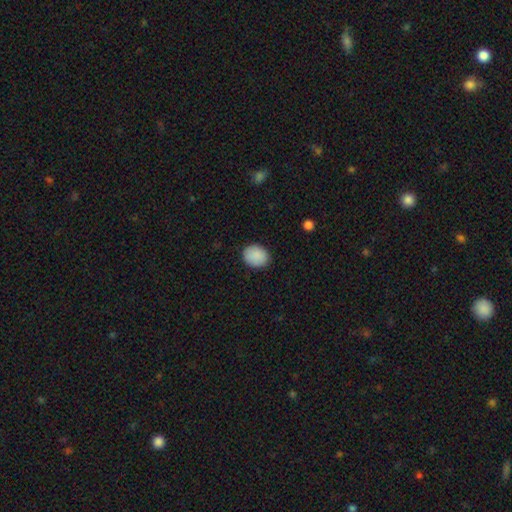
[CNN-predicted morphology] This appears to be a smooth galaxy with no disk features (90%) that is round (56%). Merging: none (88%).